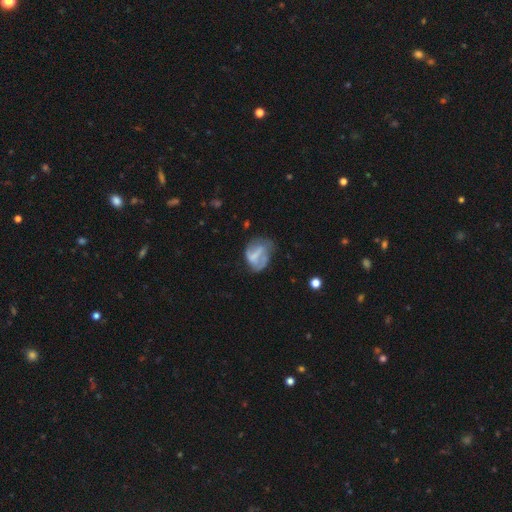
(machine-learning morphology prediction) Smooth or featured: featured or disk — 50% (smooth — 41%)
Merging: none — 35% (major disturbance — 30%)